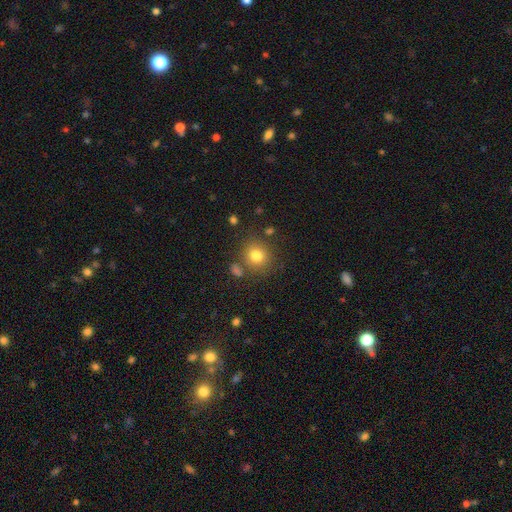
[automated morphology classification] Overall: smooth (79%). How rounded: round (85%). Merging: none (79%).